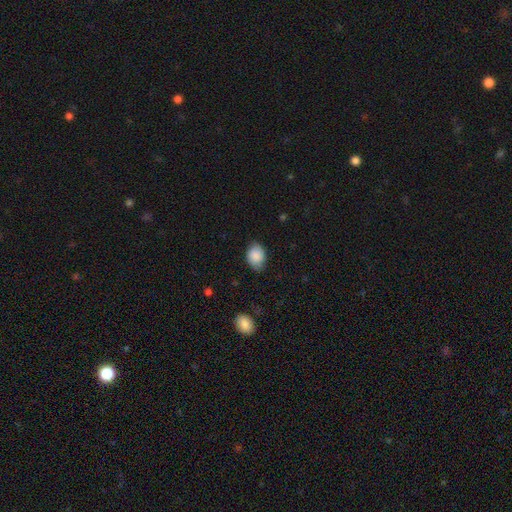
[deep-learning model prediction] A smooth galaxy with no disk features (85%) that is in between round and cigar-shaped (68%).

Vote fractions:
- Smooth or featured? smooth: 85% / featured or disk: 8% / star or artifact: 7%
- How rounded? in between: 68% / round: 31% / cigar-shaped: 1%
- Merging? none: 75% / minor disturbance: 21% / major disturbance: 4% / merger: 1%